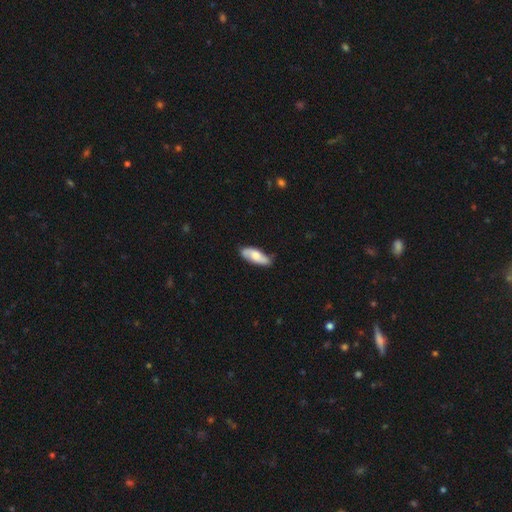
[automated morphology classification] smooth-or-featured: smooth: 60% | featured or disk: 34% | star or artifact: 6%
  how-rounded: in between: 69% | cigar-shaped: 29% | round: 2%
  merging: none: 77% | minor disturbance: 18% | major disturbance: 3% | merger: 2%